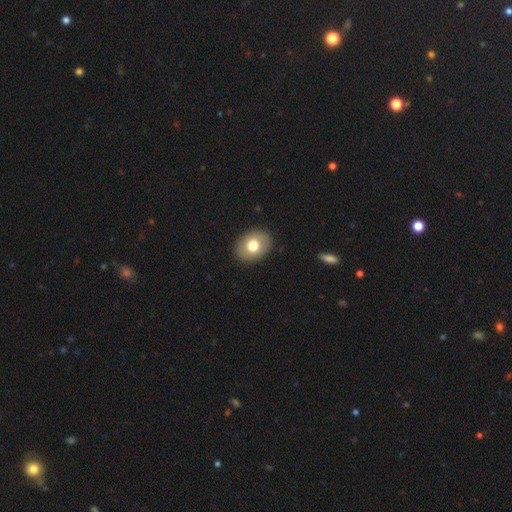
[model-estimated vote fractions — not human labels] A smooth galaxy with no disk features (69%) that is round (50%).

Vote fractions:
- Smooth or featured? smooth: 69% / featured or disk: 20% / star or artifact: 11%
- How rounded? round: 50% / in between: 49% / cigar-shaped: 1%
- Merging? none: 89% / minor disturbance: 7% / major disturbance: 2% / merger: 1%